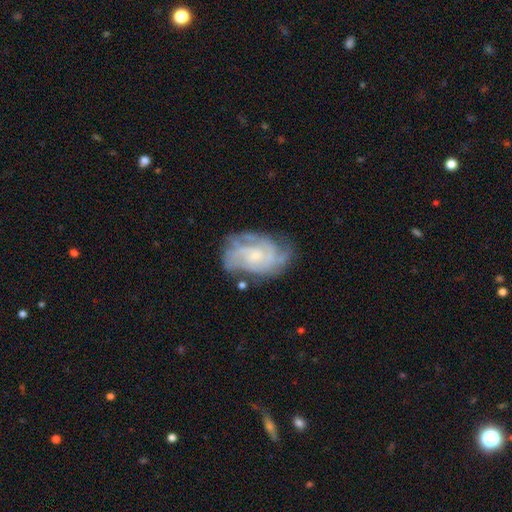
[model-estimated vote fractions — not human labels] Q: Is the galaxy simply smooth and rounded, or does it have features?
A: featured or disk — 81%.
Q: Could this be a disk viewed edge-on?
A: no — 97%.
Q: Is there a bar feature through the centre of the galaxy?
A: no — 66%.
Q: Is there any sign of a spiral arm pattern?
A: yes — 92%.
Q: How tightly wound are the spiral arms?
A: tight — 54%.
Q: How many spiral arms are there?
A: can't tell — 33%.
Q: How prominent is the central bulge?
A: small — 57%.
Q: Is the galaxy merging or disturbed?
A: none — 65%.